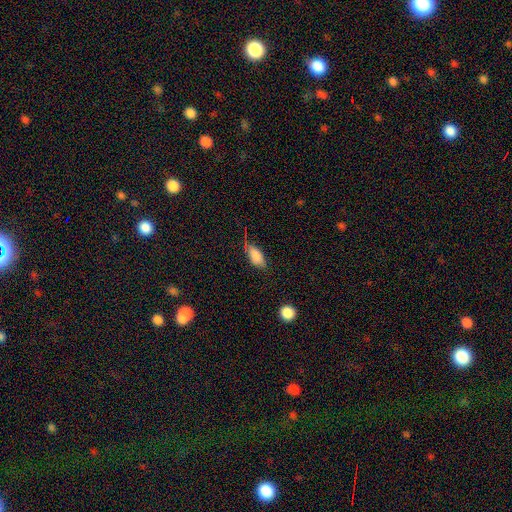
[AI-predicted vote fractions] This appears to be a smooth galaxy with no disk features (83%) that is in between round and cigar-shaped (89%). Merging: none (61%).